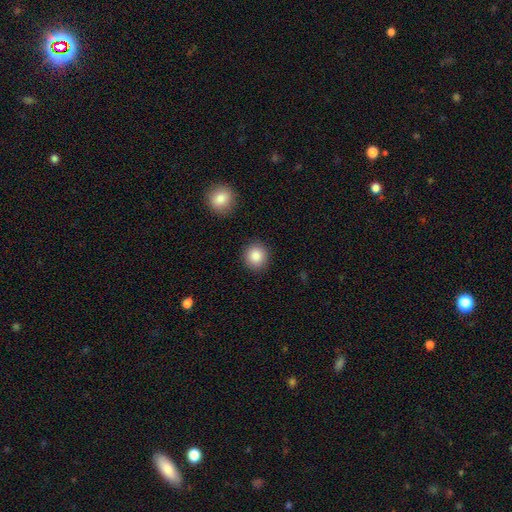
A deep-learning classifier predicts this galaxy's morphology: This appears to be a smooth galaxy with no disk features (87%) that is round (88%). Merging: none (89%).